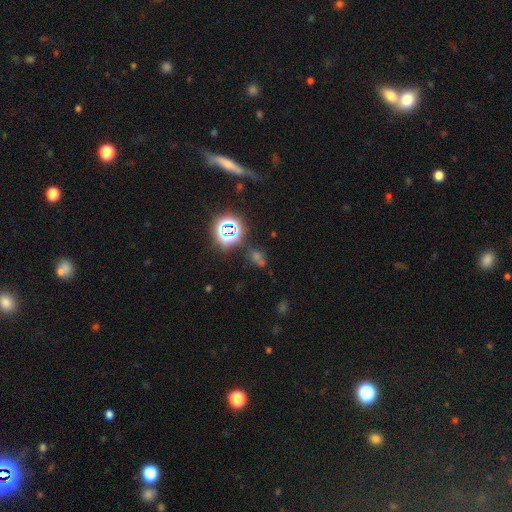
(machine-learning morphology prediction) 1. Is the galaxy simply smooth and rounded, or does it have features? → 55% star or artifact, 32% smooth, 13% featured or disk.